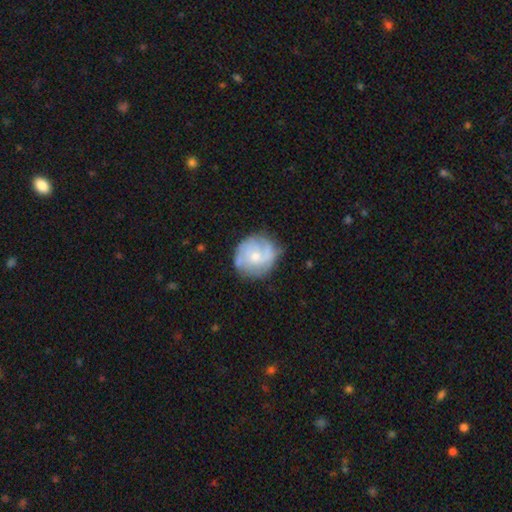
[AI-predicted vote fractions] Smooth or featured? Predicted: featured or disk (p=0.65). Edge-on disk? Predicted: no (p=0.98). Bar? Predicted: no (p=0.75). Spiral arms? Predicted: yes (p=0.81). Spiral winding? Predicted: tight (p=0.52). Spiral arm count? Predicted: can't tell (p=0.36). Bulge size? Predicted: small (p=0.50). Merging? Predicted: none (p=0.69).